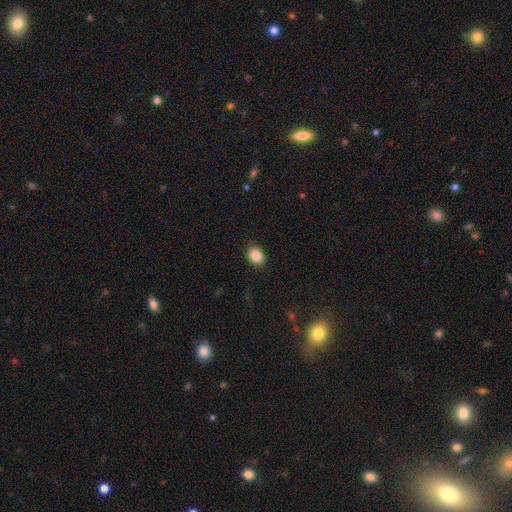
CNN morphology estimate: Smooth or featured?
  - smooth: 87% *
  - star or artifact: 9%
  - featured or disk: 4%
How rounded?
  - in between: 61% *
  - round: 38%
  - cigar-shaped: 1%
Merging?
  - none: 87% *
  - minor disturbance: 9%
  - major disturbance: 2%
  - merger: 1%